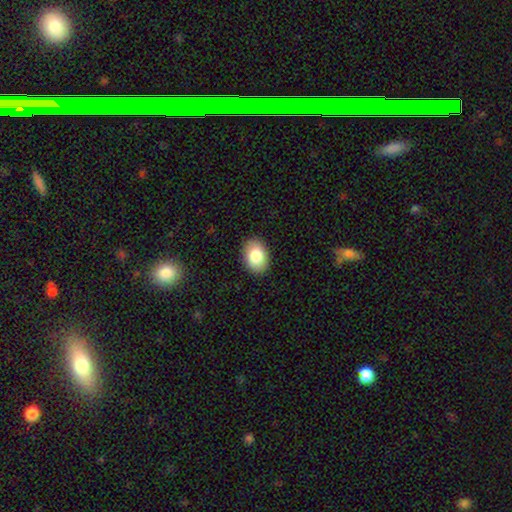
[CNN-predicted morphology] Q: Smooth or featured?
A: smooth (85%); runner-up: featured or disk (8%)
Q: How rounded?
A: in between (81%); runner-up: round (18%)
Q: Merging?
A: none (89%); runner-up: minor disturbance (8%)